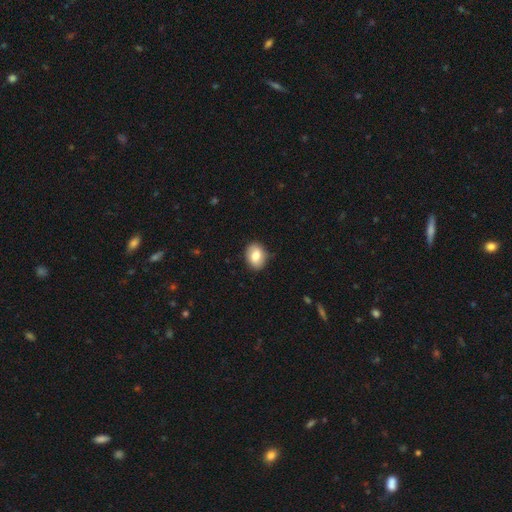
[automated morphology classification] Overall: smooth (81%). How rounded: in between (64%; round 34%). Merging: none (86%).